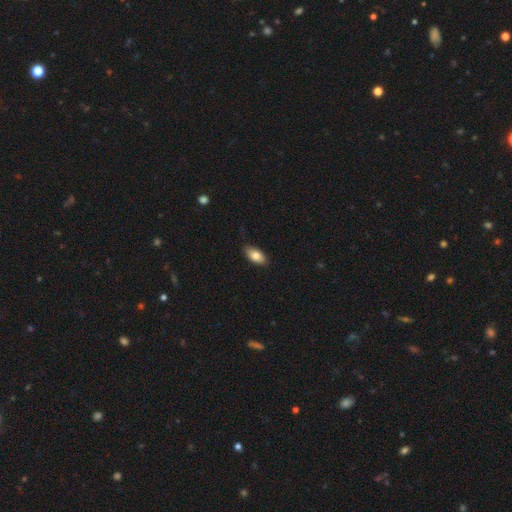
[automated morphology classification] A smooth galaxy with no disk features (80%) that is in between round and cigar-shaped (91%).

Vote fractions:
- Smooth or featured? smooth: 80% / featured or disk: 13% / star or artifact: 7%
- How rounded? in between: 91% / cigar-shaped: 6% / round: 3%
- Merging? none: 85% / minor disturbance: 12% / major disturbance: 2% / merger: 1%